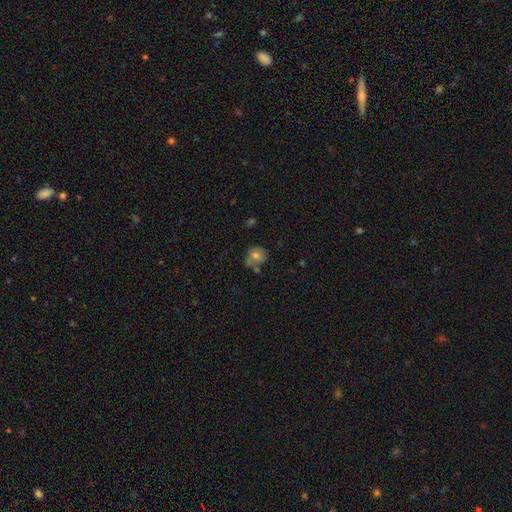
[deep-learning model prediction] A smooth galaxy with no disk features (67%) that is round (72%). Merging: none (55%).